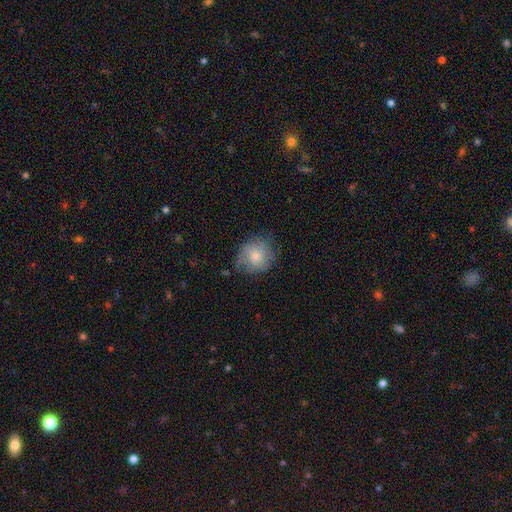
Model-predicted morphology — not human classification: Smooth or featured? Predicted: smooth (p=0.62). How rounded? Predicted: round (p=0.81). Merging? Predicted: none (p=0.59).